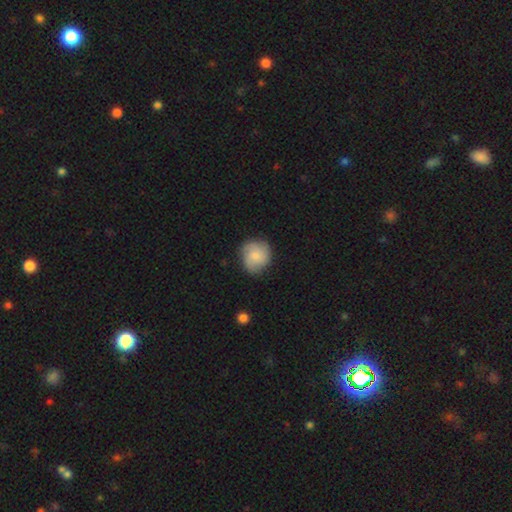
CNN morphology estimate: This appears to be a smooth galaxy with no disk features (61%) that is round (85%). Merging: none (74%).